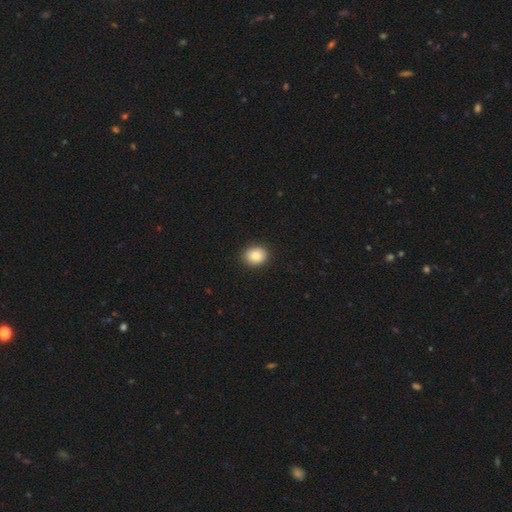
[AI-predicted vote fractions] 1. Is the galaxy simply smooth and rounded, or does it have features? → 83% smooth, 9% featured or disk, 8% star or artifact.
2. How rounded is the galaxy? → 59% round, 40% in between, 1% cigar-shaped.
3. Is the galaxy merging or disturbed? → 90% none, 8% minor disturbance, 2% major disturbance, 1% merger.